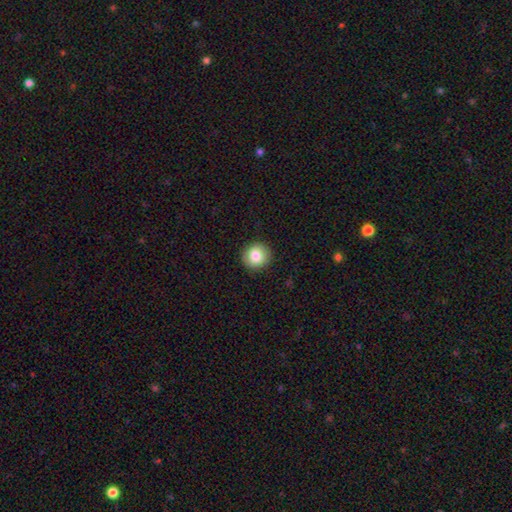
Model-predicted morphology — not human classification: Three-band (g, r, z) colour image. It shows a smooth galaxy with no disk features (82%) that is round (91%). Merging: none (91%).